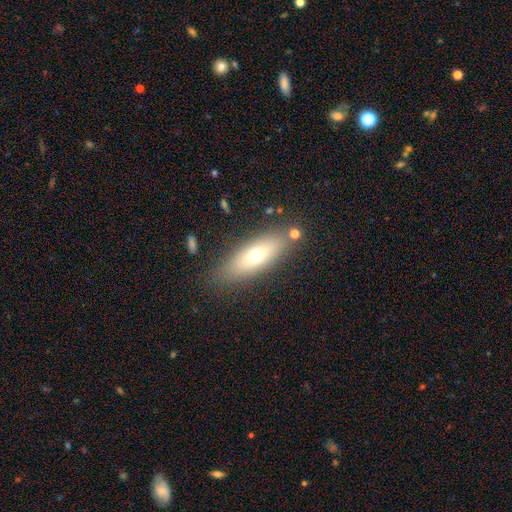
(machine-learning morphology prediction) smooth-or-featured: smooth: 62% | featured or disk: 30% | star or artifact: 8%
  how-rounded: in between: 57% | cigar-shaped: 40% | round: 3%
  merging: none: 81% | minor disturbance: 11% | major disturbance: 4% | merger: 4%